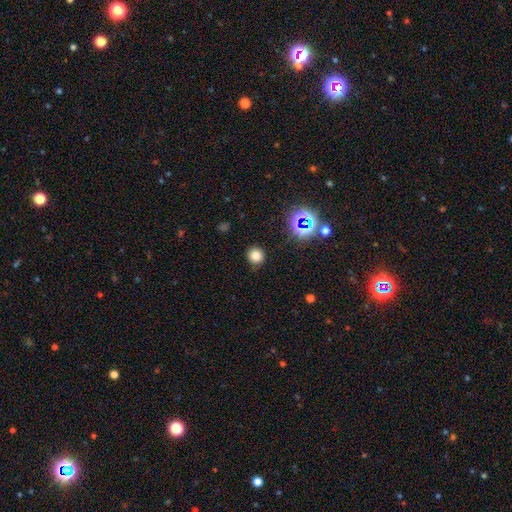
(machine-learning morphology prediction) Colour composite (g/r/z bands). It shows a smooth galaxy with no disk features (75%) that is round (93%). Merging: none (88%).